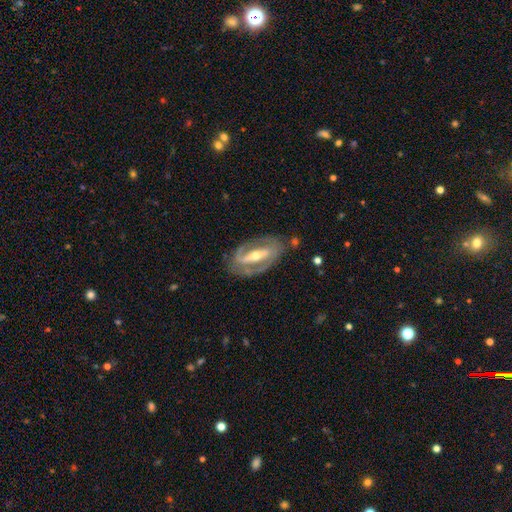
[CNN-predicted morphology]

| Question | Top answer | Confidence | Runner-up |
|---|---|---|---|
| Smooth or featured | featured or disk | 85% | smooth (10%) |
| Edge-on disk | no | 92% | yes (8%) |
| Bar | strong | 65% | weak (21%) |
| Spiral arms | yes | 83% | no (17%) |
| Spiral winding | tight | 44% | medium (41%) |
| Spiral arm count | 2 | 84% | can't tell (8%) |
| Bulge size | moderate | 54% | small (41%) |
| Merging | none | 79% | minor disturbance (14%) |